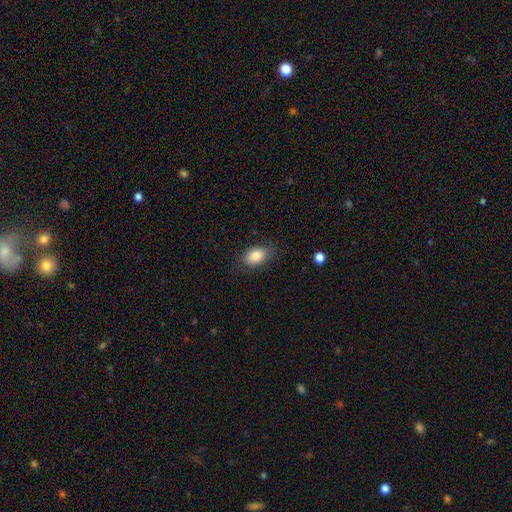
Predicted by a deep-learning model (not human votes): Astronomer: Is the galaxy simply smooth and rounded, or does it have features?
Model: smooth — 86%.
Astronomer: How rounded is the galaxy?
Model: in between — 86%.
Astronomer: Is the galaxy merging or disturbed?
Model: none — 80%.